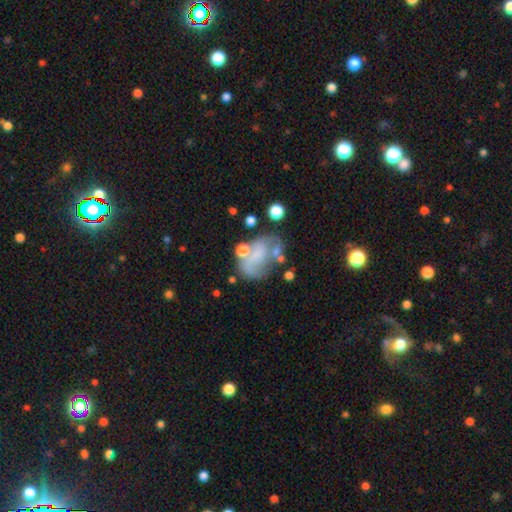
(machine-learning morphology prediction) featured or disk 53%, smooth 35%, star or artifact 12%. Down the decision tree: edge-on disk — no (97%); bar — no (67%); spiral arms — yes (51%); bulge size — none (53%); merging — none (38%).